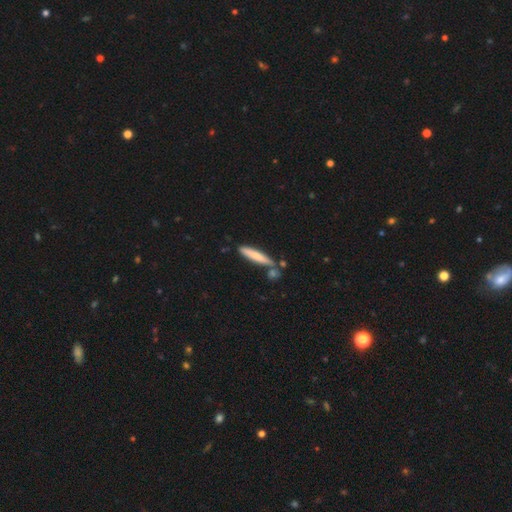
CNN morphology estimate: Overall: smooth (72%). How rounded: cigar-shaped (90%). Merging: none (72%).